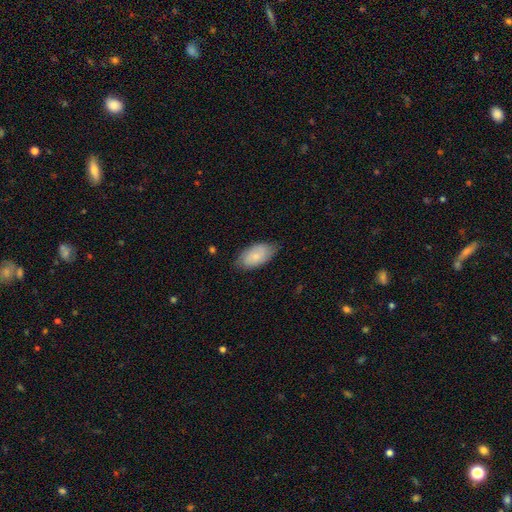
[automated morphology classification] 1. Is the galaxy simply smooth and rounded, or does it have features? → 68% smooth, 26% featured or disk, 6% star or artifact.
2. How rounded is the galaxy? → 94% in between, 3% round, 3% cigar-shaped.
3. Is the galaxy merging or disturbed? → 71% none, 24% minor disturbance, 4% major disturbance, 1% merger.